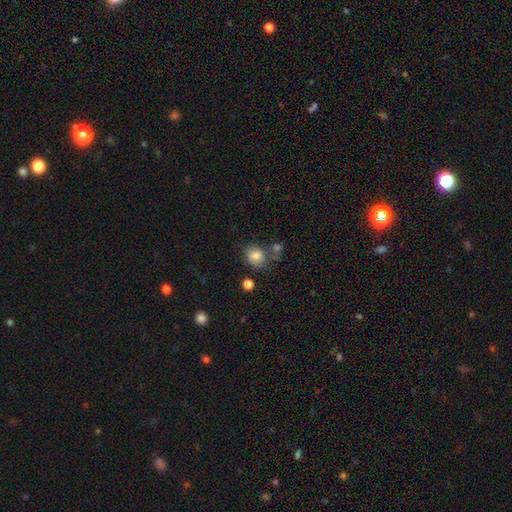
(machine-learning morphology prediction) A smooth galaxy with no disk features (81%) that is round (67%). Merging: none (68%).